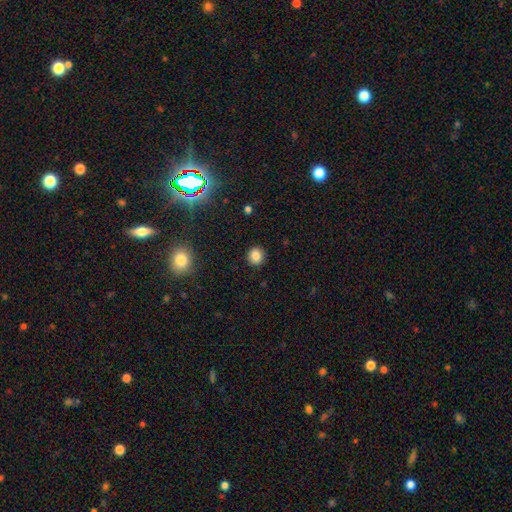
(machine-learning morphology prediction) Smooth or featured? Predicted: smooth (p=0.84). How rounded? Predicted: round (p=0.83). Merging? Predicted: none (p=0.90).